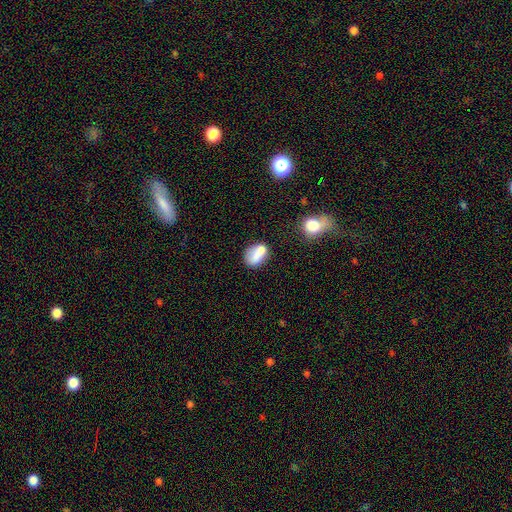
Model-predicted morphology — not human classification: Q: Smooth or featured?
A: smooth (73%); runner-up: featured or disk (19%)
Q: How rounded?
A: in between (69%); runner-up: round (28%)
Q: Merging?
A: none (44%); runner-up: merger (29%)